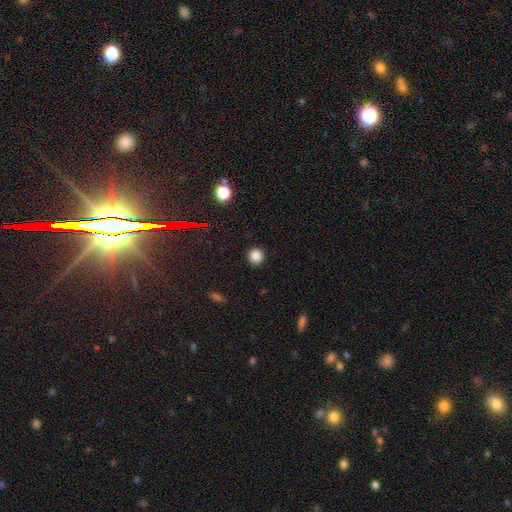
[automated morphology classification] The model was most divided on "smooth or featured": smooth: 84%, star or artifact: 12%, featured or disk: 3%. More confident: merging — none (92%); how rounded — round (90%).